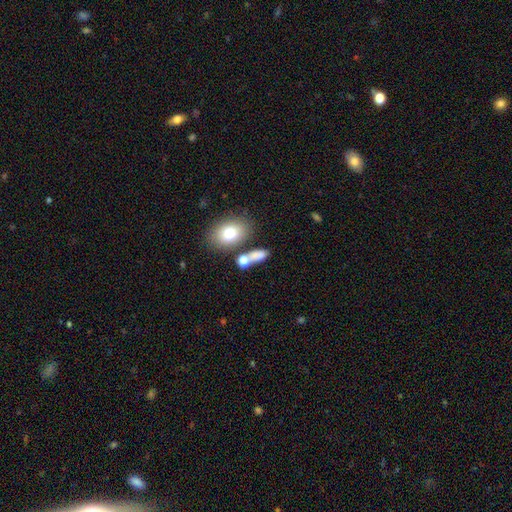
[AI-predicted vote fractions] smooth-or-featured: smooth: 78% | featured or disk: 12% | star or artifact: 10%
  how-rounded: in between: 71% | round: 18% | cigar-shaped: 11%
  merging: none: 51% | merger: 26% | minor disturbance: 14% | major disturbance: 8%